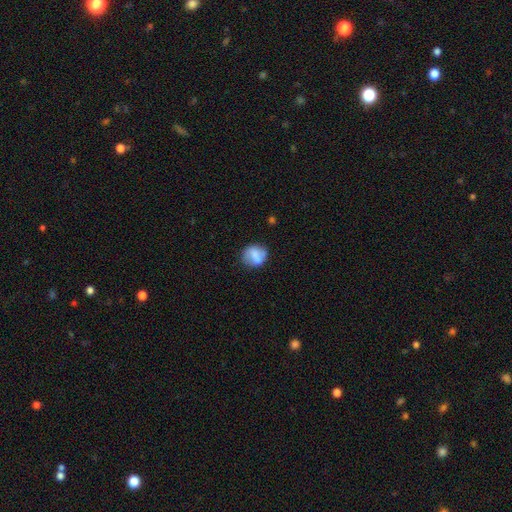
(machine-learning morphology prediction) This appears to be a smooth galaxy with no disk features (60%) that is round (68%). Merging: none (70%).